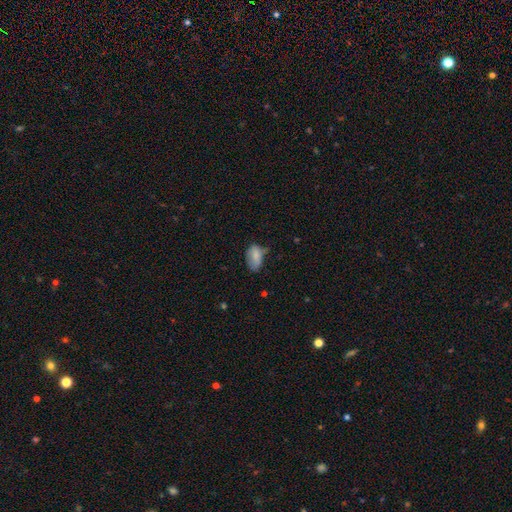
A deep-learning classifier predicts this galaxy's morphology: This is clearly a smooth galaxy (80%). How rounded: clearly in between (91%). Merging: marginally minor disturbance (41%, tied with none).